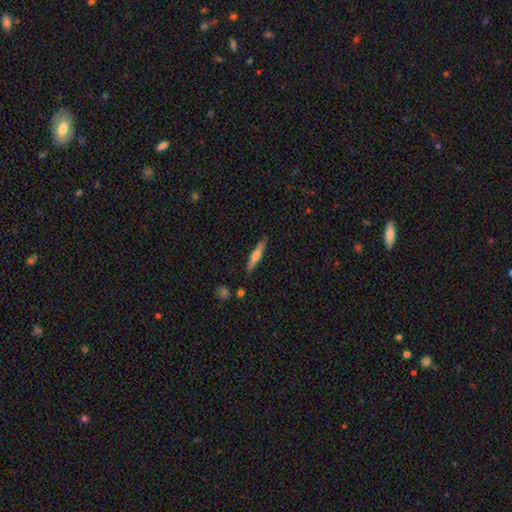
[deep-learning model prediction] This appears to be a featured or disk galaxy (49%). Merging: none (88%).